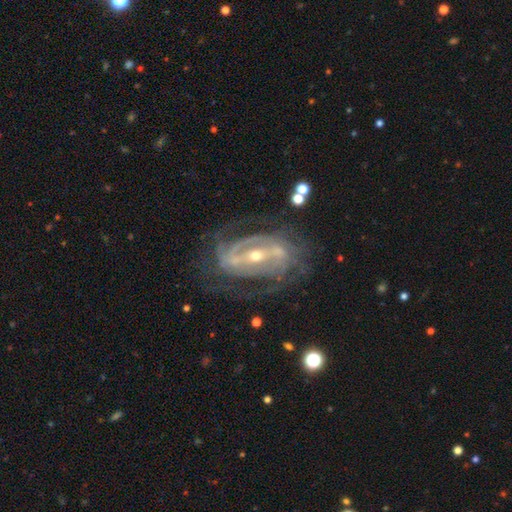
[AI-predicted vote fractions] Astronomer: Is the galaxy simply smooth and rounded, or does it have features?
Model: featured or disk — 89%.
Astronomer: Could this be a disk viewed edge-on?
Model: no — 94%.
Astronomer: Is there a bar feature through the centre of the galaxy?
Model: strong — 65%.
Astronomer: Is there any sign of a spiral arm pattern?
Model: yes — 93%.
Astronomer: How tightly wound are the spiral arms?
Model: tight — 49% (runner-up: medium, 38%).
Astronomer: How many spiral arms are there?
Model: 2 — 53%.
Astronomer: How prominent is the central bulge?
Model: small — 55% (runner-up: moderate, 42%).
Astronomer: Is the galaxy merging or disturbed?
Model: none — 68%.